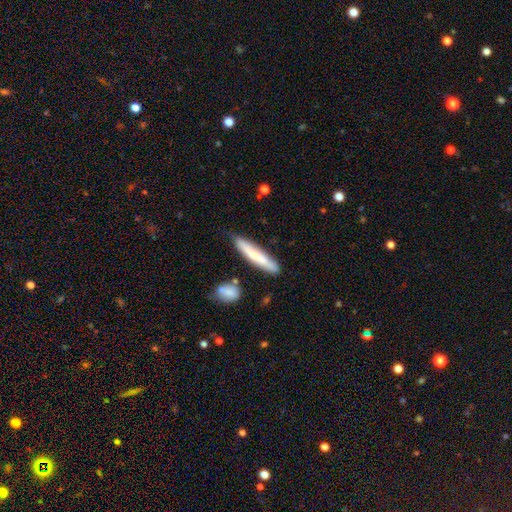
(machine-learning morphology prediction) Overall: smooth (67%). How rounded: cigar-shaped (90%). Merging: none (78%).